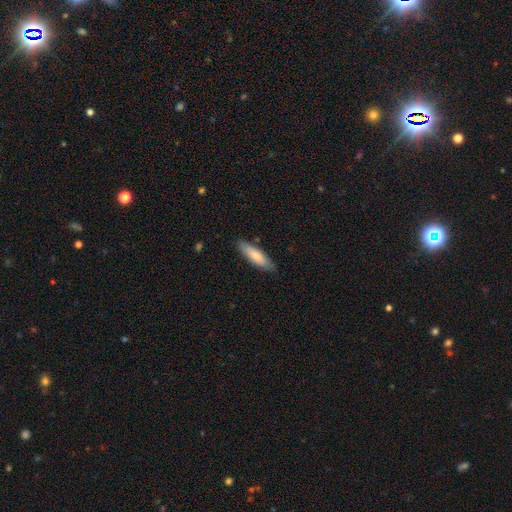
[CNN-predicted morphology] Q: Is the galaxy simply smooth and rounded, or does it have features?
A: smooth — 77%.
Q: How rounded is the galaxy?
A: cigar-shaped — 58%.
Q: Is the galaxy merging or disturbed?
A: none — 85%.